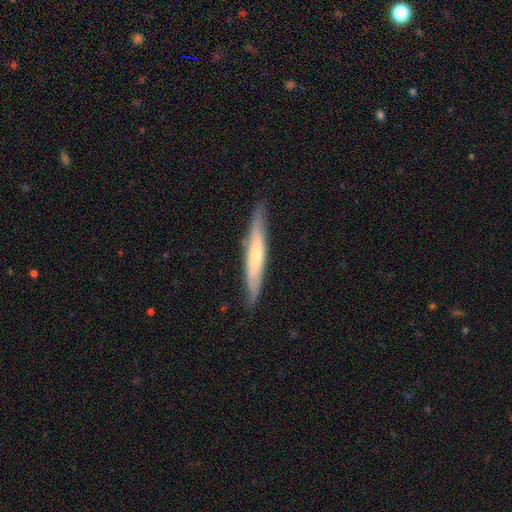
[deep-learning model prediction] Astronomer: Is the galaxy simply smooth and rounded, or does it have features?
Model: smooth — 48% (runner-up: featured or disk, 47%).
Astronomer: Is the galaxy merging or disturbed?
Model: none — 85%.